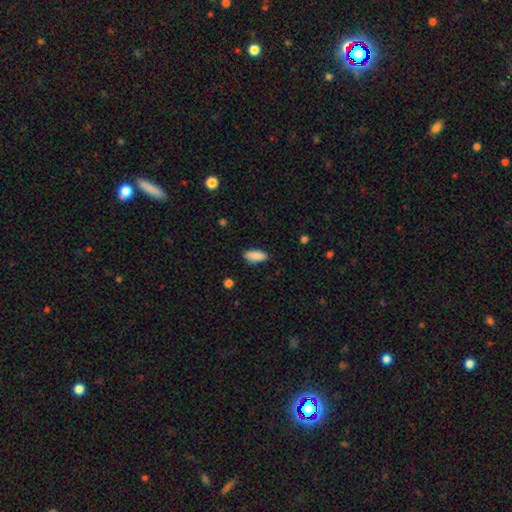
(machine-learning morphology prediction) smooth-or-featured: smooth: 88% | star or artifact: 7% | featured or disk: 5%
  how-rounded: in between: 77% | cigar-shaped: 21% | round: 2%
  merging: none: 84% | minor disturbance: 12% | major disturbance: 2% | merger: 1%